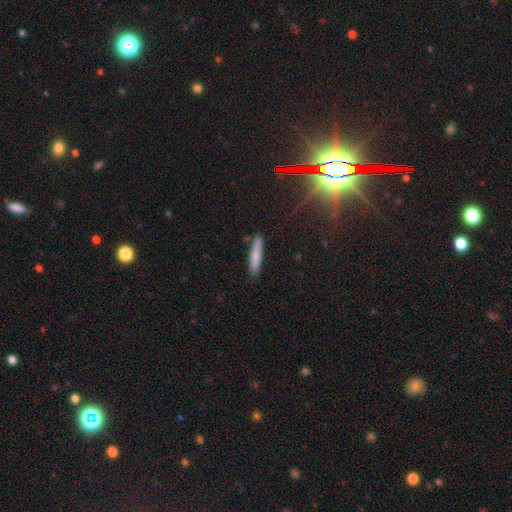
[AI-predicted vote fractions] This is likely a smooth galaxy (77%). How rounded: clearly cigar-shaped (90%). Merging: clearly none (86%).